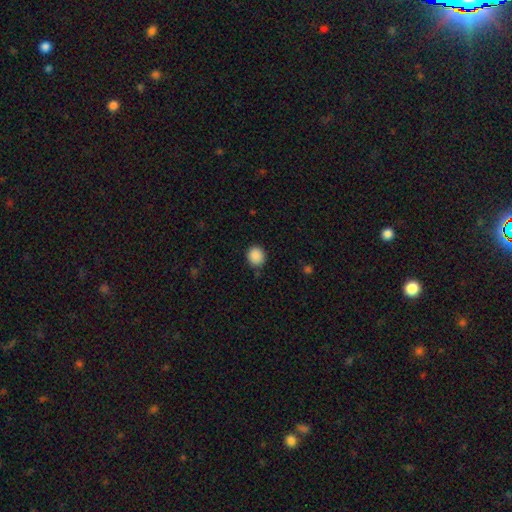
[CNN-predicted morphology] This appears to be a smooth galaxy with no disk features (89%) that is round (80%). Merging: none (83%).